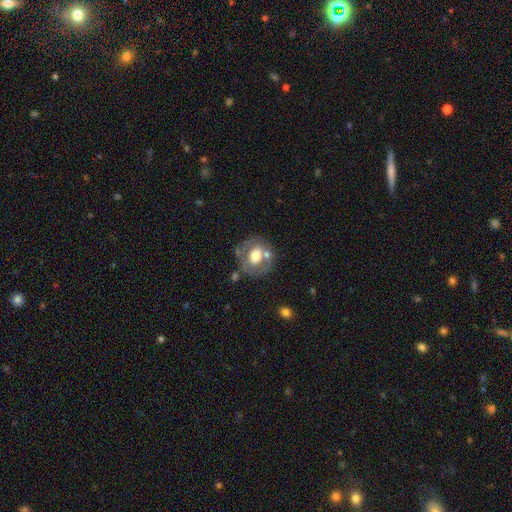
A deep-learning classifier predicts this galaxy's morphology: Smooth or featured?
  - smooth: 57% *
  - featured or disk: 35%
  - star or artifact: 8%
How rounded?
  - round: 72% *
  - in between: 27%
  - cigar-shaped: 1%
Merging?
  - none: 62% *
  - minor disturbance: 17%
  - merger: 14%
  - major disturbance: 7%